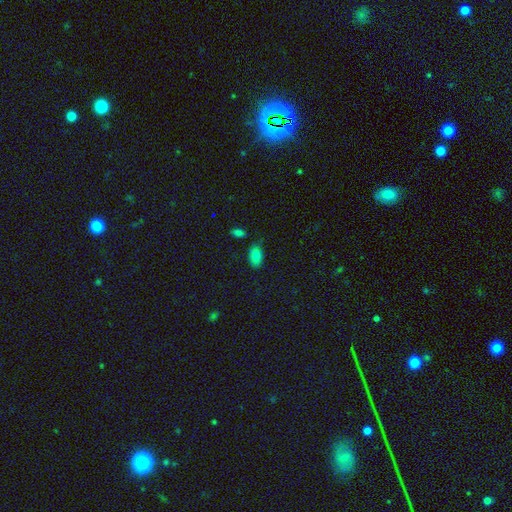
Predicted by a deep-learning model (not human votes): A smooth galaxy with no disk features (82%) that is in between round and cigar-shaped (91%). Merging: none (78%).